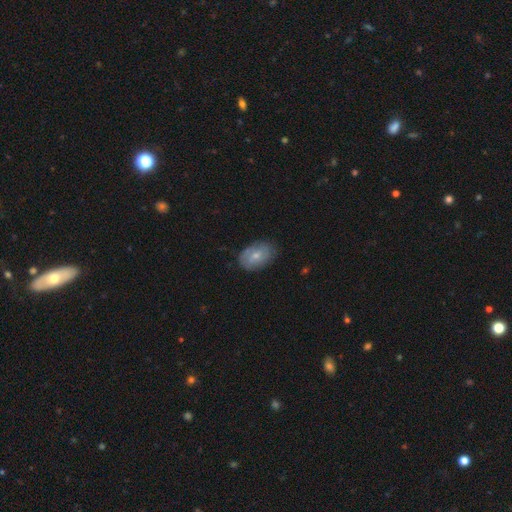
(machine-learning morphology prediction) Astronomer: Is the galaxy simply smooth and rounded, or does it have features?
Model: smooth — 61%.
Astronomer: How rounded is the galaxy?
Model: in between — 87%.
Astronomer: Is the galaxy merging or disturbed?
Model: none — 76%.